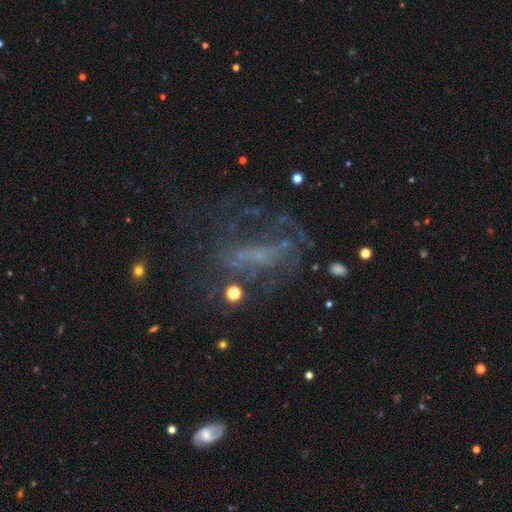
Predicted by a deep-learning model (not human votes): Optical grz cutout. It shows a featured or disk galaxy (58%) with no bar (45%), no spiral arms (56%) and no central bulge (49%). Merging: none (42%).